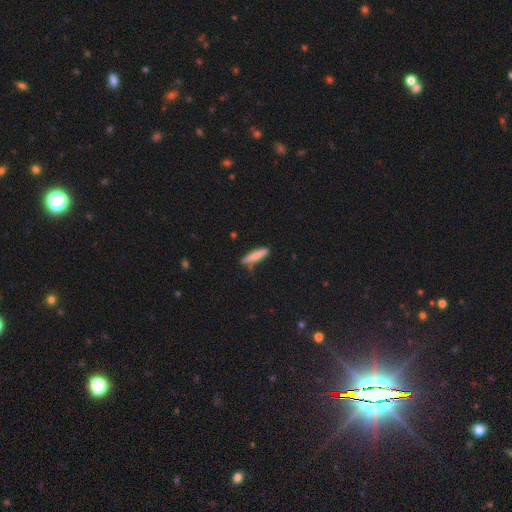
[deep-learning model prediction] Smooth or featured?
  - smooth: 81% *
  - featured or disk: 13%
  - star or artifact: 6%
How rounded?
  - cigar-shaped: 85% *
  - in between: 13%
  - round: 1%
Merging?
  - none: 71% *
  - minor disturbance: 22%
  - major disturbance: 4%
  - merger: 4%